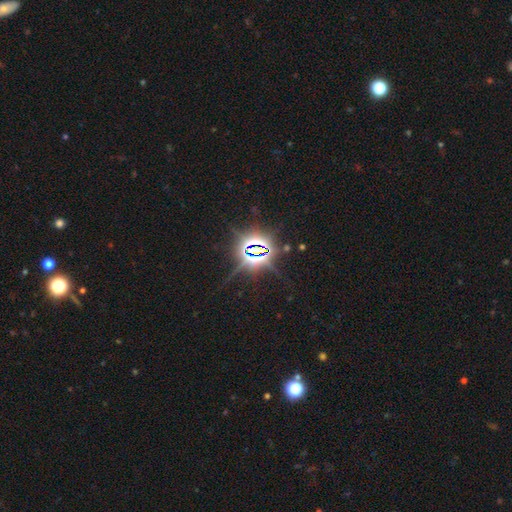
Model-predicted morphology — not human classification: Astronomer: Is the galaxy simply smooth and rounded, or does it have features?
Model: star or artifact — 84%.